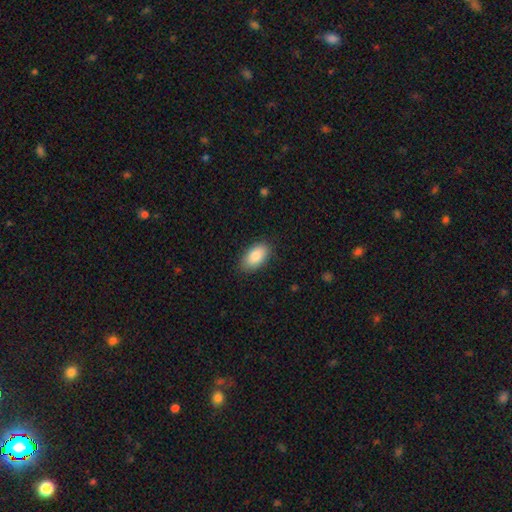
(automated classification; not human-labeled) Morphology: type=smooth (86%); roundness=in between (94%); merging=none (86%).